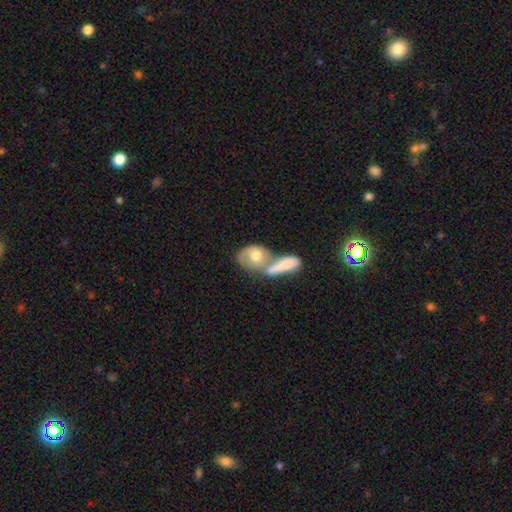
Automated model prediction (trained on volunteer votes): smooth 59%, featured or disk 33%, star or artifact 7%. Down the decision tree: how rounded — in between (61%); merging — merger (58%).